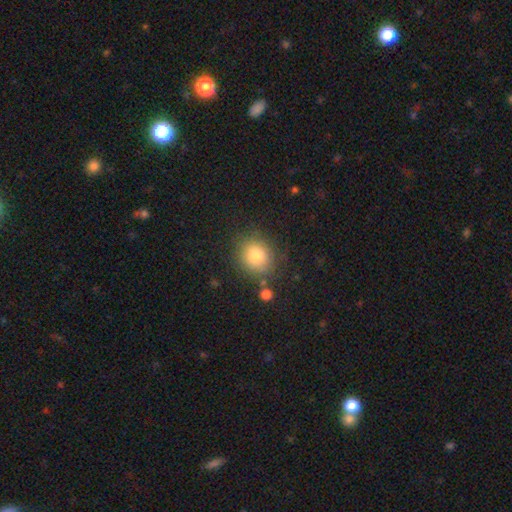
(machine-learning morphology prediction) smooth-or-featured: smooth: 81% | star or artifact: 10% | featured or disk: 9%
  how-rounded: round: 70% | in between: 29% | cigar-shaped: 1%
  merging: none: 79% | minor disturbance: 13% | major disturbance: 4% | merger: 4%